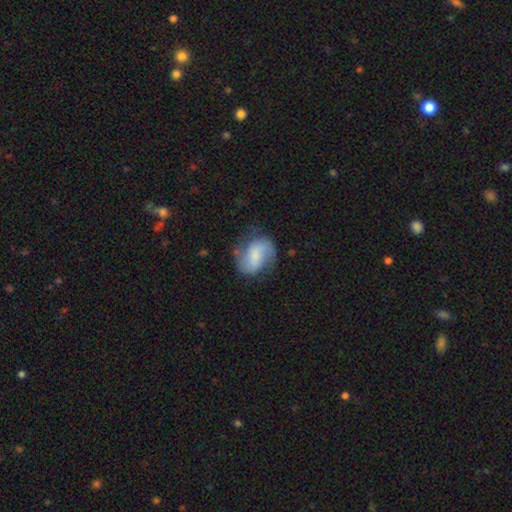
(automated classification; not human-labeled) Smooth or featured: featured or disk — 56% (smooth — 36%)
Edge-on disk: no — 97% (yes — 3%)
Bar: weak — 41% (no — 40%)
Spiral arms: yes — 90% (no — 10%)
Bulge size: small — 38% (moderate — 25%)
Merging: none — 64% (minor disturbance — 23%)